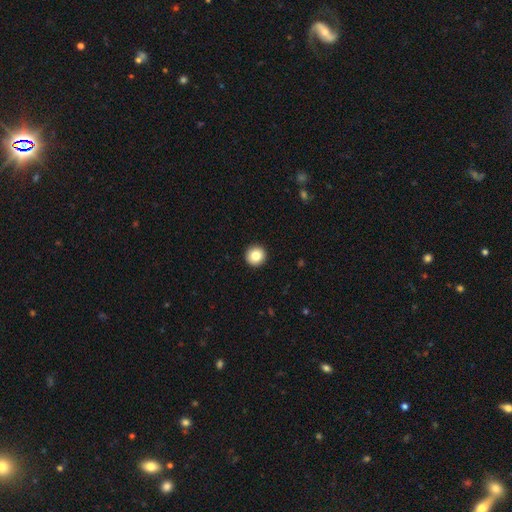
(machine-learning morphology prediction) The model was most divided on "smooth or featured": smooth: 83%, star or artifact: 9%, featured or disk: 8%. More confident: how rounded — round (96%); merging — none (94%).